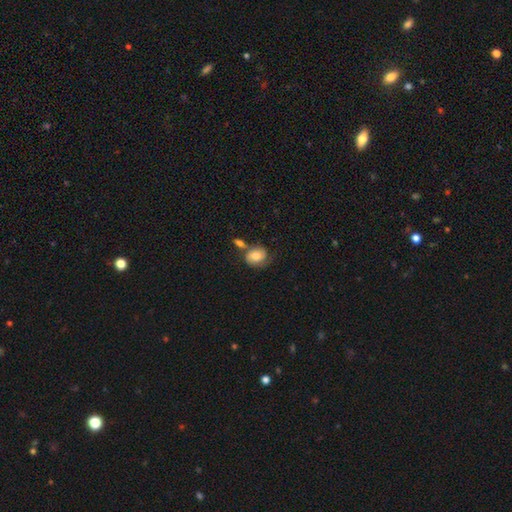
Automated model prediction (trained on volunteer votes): smooth_or_featured: smooth (p=0.49) [alt: featured or disk p=0.43]
merging: none (p=0.47) [alt: merger p=0.23]